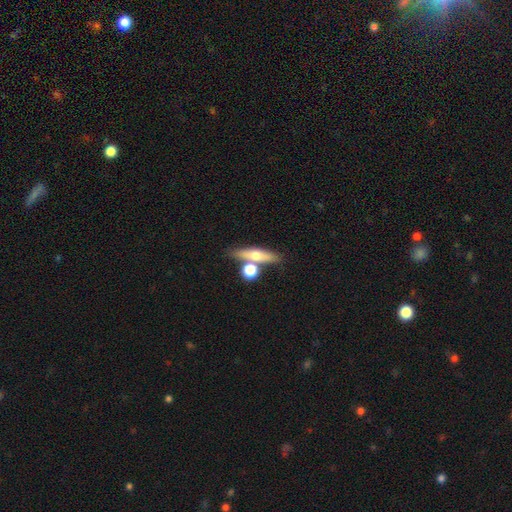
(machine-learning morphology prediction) Overall: smooth (52%; featured or disk 40%). How rounded: cigar-shaped (56%; in between 30%). Merging: none (60%; merger 25%).